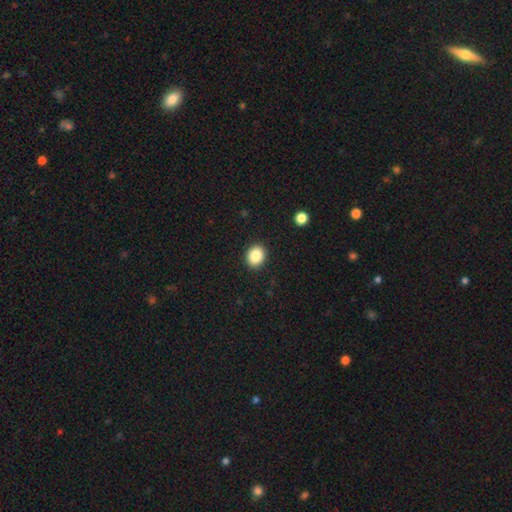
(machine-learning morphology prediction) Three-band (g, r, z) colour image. It shows a smooth galaxy with no disk features (86%) that is round (58%). Merging: none (91%).